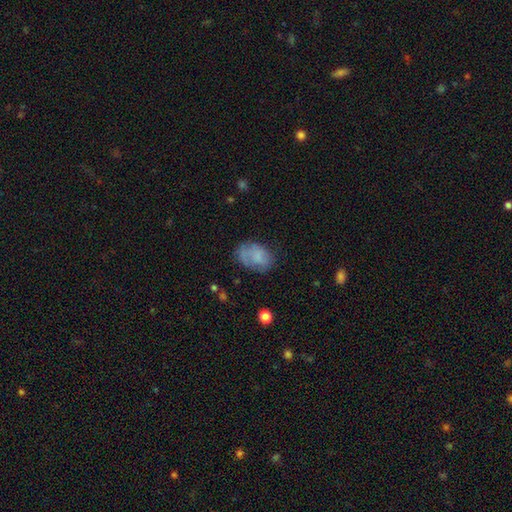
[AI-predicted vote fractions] Smooth or featured: smooth — 65% (featured or disk — 25%)
How rounded: in between — 80% (round — 19%)
Merging: none — 55% (minor disturbance — 27%)